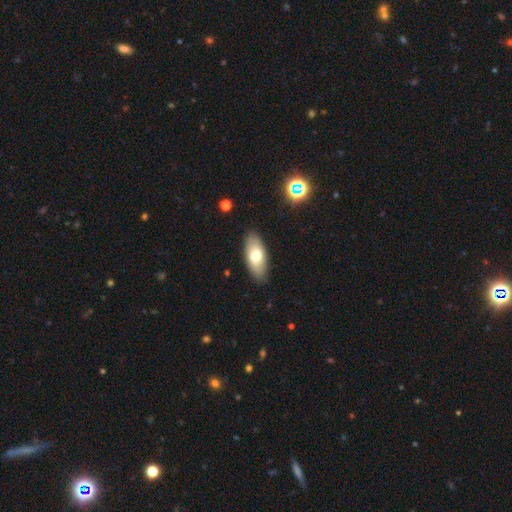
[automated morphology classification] This is likely a smooth galaxy (70%). How rounded: clearly in between (86%). Merging: clearly none (87%).